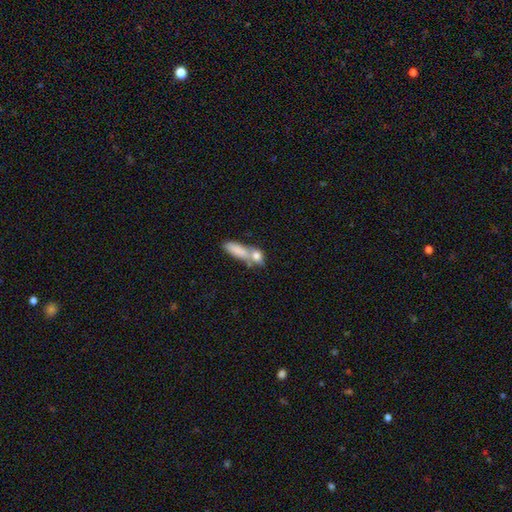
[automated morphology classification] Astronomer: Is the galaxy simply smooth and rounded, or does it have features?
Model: smooth — 75%.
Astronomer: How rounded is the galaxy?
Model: in between — 50% (runner-up: cigar-shaped, 37%).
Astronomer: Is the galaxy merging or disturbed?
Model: merger — 48% (runner-up: none, 35%).